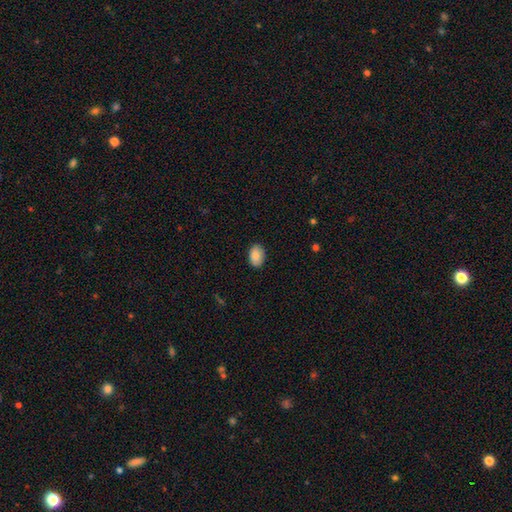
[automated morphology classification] type=smooth (89%); roundness=in between (85%); merging=none (88%).